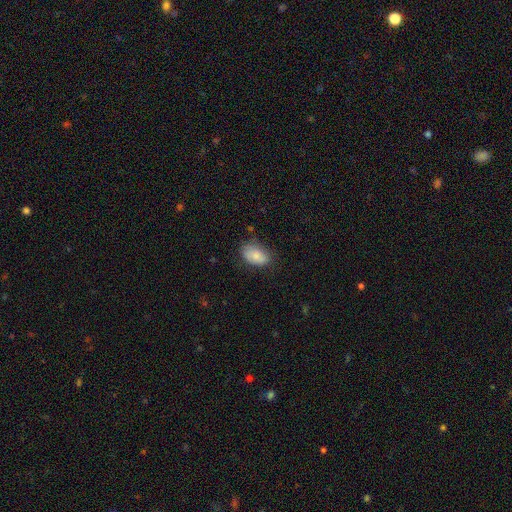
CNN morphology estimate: This appears to be a smooth galaxy with no disk features (82%) that is in between round and cigar-shaped (91%). Merging: none (69%).